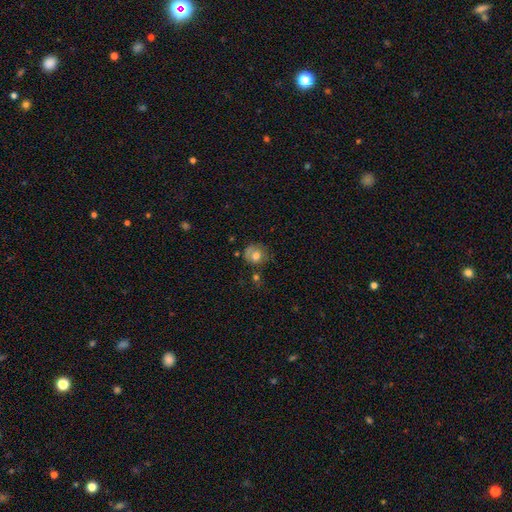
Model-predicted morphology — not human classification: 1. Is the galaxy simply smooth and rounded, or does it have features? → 66% smooth, 25% featured or disk, 9% star or artifact.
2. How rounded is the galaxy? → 75% round, 24% in between, 1% cigar-shaped.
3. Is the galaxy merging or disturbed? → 51% none, 26% minor disturbance, 15% major disturbance, 8% merger.